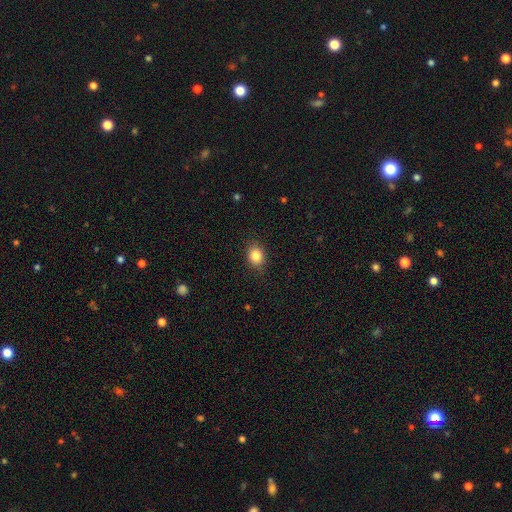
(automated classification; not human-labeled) This appears to be a smooth galaxy with no disk features (84%) that is round (52%). Merging: none (85%).